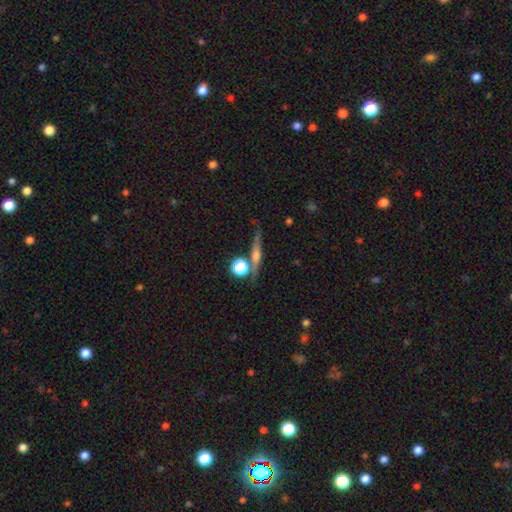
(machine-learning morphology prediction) A featured or disk galaxy (60%) viewed edge-on (93%) with a rounded central bulge (81%).

Vote fractions:
- Smooth or featured? featured or disk: 60% / smooth: 26% / star or artifact: 13%
- Edge-on disk? yes: 93% / no: 7%
- Edge-on bulge? rounded: 81% / none: 10% / boxy: 9%
- Merging? none: 75% / minor disturbance: 12% / merger: 9% / major disturbance: 4%